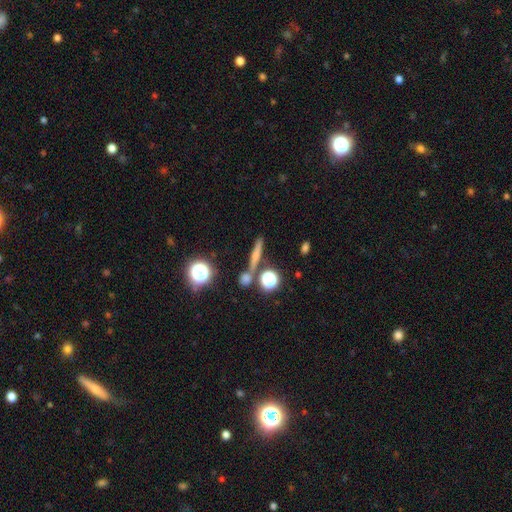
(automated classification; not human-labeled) This is possibly a smooth galaxy (47%). Merging: likely none (74%).